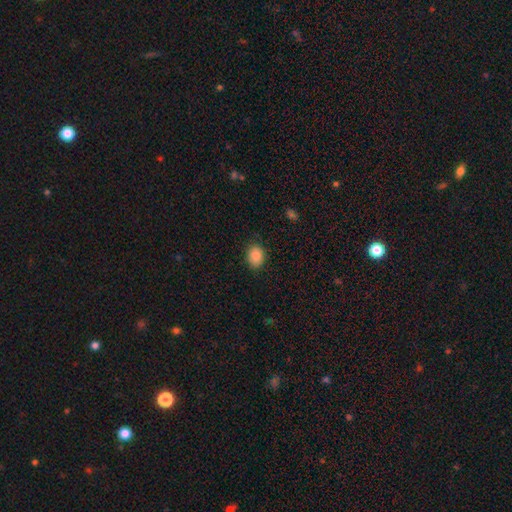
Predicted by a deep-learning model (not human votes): This is clearly a smooth galaxy (87%). How rounded: likely in between (63%). Merging: clearly none (86%).